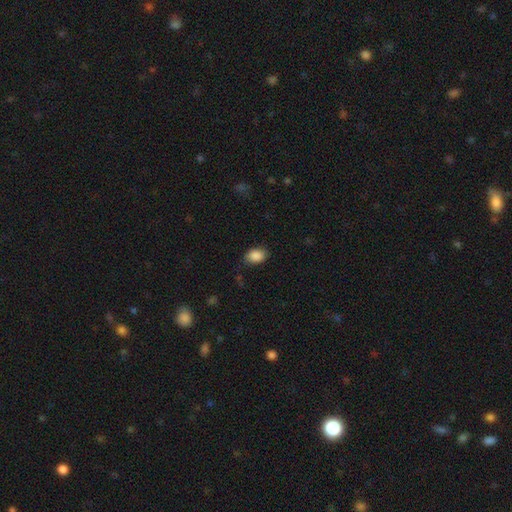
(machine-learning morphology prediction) smooth-or-featured: smooth: 88% | star or artifact: 8% | featured or disk: 4%
  how-rounded: in between: 80% | round: 19% | cigar-shaped: 1%
  merging: none: 80% | minor disturbance: 16% | major disturbance: 4% | merger: 1%